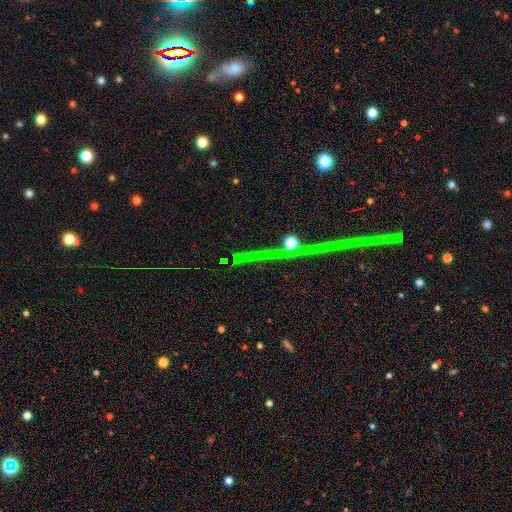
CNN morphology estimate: Smooth or featured: star or artifact — 69% (featured or disk — 18%)